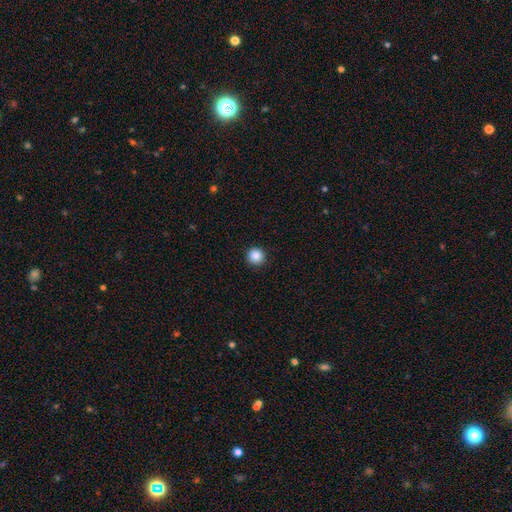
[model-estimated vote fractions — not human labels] smooth 87%, star or artifact 10%, featured or disk 3%. Down the decision tree: how rounded — round (96%); merging — none (93%).